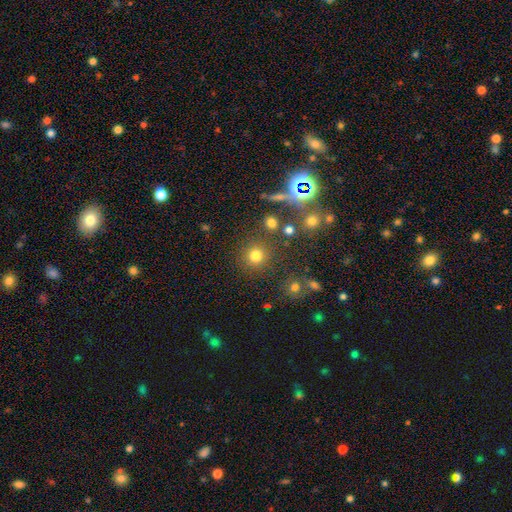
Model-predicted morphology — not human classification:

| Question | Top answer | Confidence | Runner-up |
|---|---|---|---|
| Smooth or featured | smooth | 74% | star or artifact (19%) |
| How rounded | round | 93% | in between (6%) |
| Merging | none | 83% | minor disturbance (7%) |